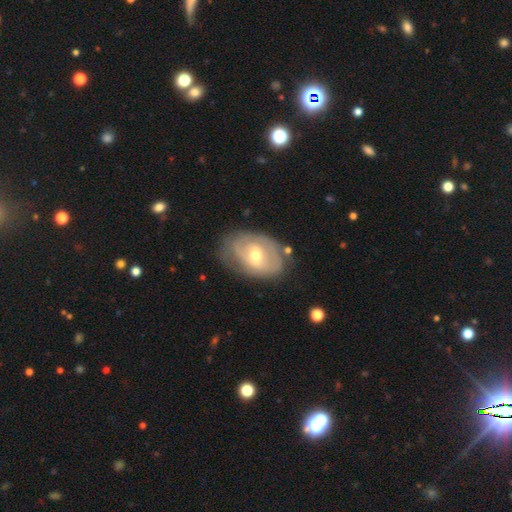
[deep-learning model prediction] This appears to be a featured or disk galaxy (67%) with no bar (44%), spiral arms (61%) and a moderate central bulge (58%). Merging: none (66%).